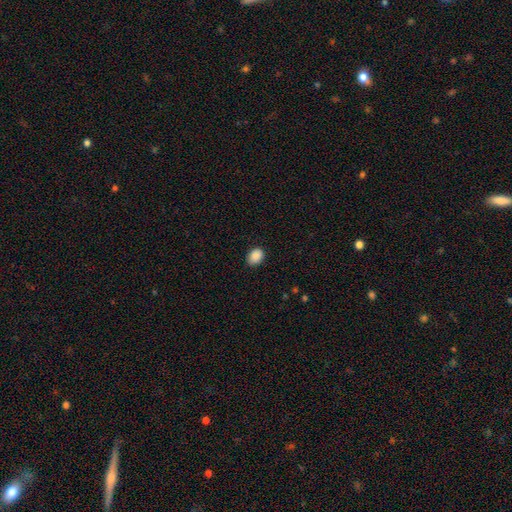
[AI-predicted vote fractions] Overall: smooth (90%). How rounded: in between (74%). Merging: none (85%).